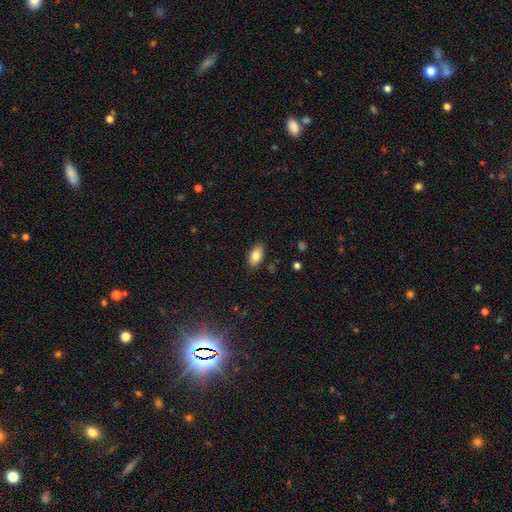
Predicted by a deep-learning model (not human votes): Morphology: type=smooth (83%); roundness=in between (92%); merging=none (87%).